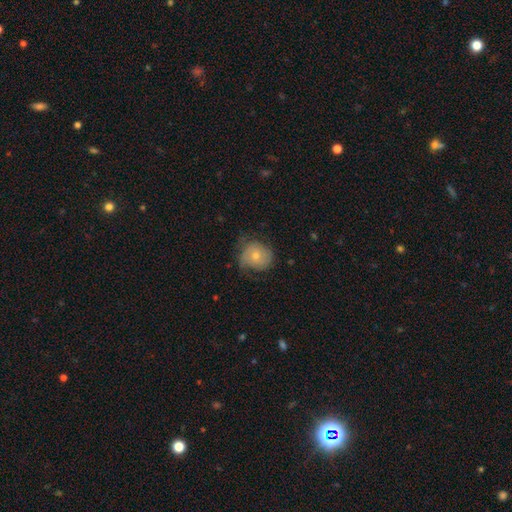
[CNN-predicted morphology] A smooth galaxy with no disk features (58%) that is round (76%). Merging: none (53%).